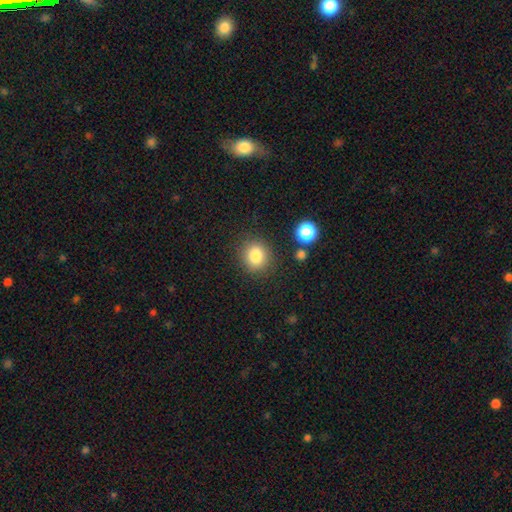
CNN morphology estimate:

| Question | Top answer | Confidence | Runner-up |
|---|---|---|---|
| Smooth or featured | smooth | 83% | star or artifact (10%) |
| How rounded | round | 79% | in between (20%) |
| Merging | none | 84% | minor disturbance (9%) |